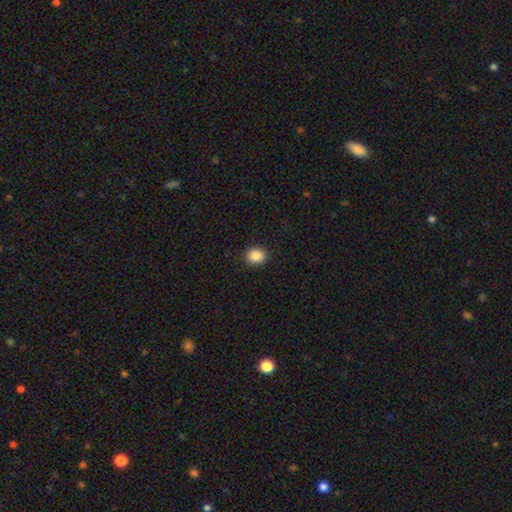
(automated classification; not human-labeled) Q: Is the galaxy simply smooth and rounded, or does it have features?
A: smooth — 88%.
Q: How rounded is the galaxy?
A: round — 60%.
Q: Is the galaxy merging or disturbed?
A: none — 91%.